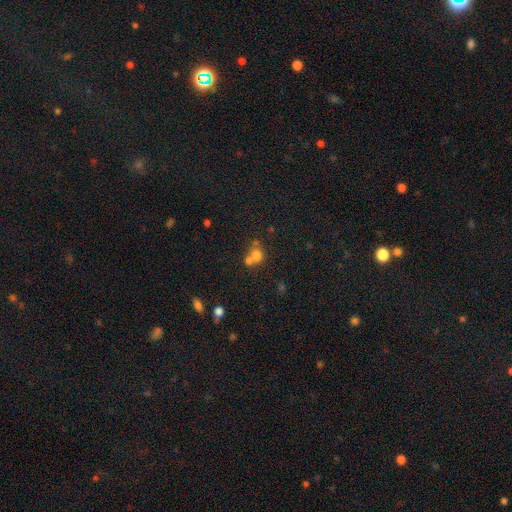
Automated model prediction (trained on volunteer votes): Q: Smooth or featured?
A: smooth (70%); runner-up: featured or disk (15%)
Q: How rounded?
A: round (72%); runner-up: in between (27%)
Q: Merging?
A: merger (55%); runner-up: none (33%)